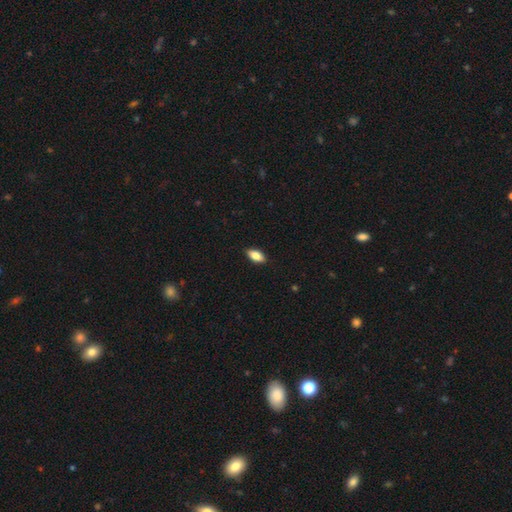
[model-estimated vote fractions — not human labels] A smooth galaxy with no disk features (80%) that is in between round and cigar-shaped (88%). Merging: none (89%).